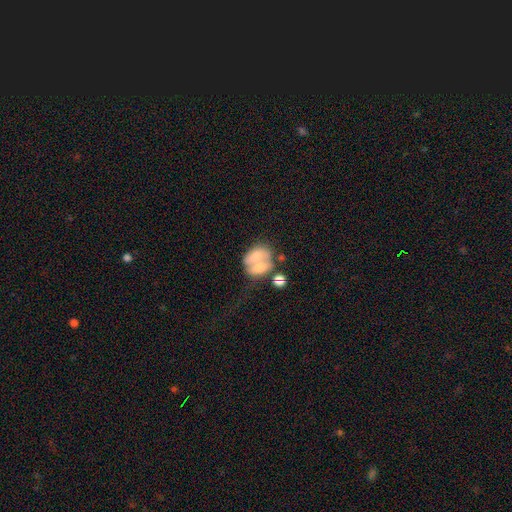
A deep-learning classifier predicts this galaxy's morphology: This appears to be a smooth galaxy with no disk features (52%) that is in between round and cigar-shaped (67%). Merging: merger (53%).